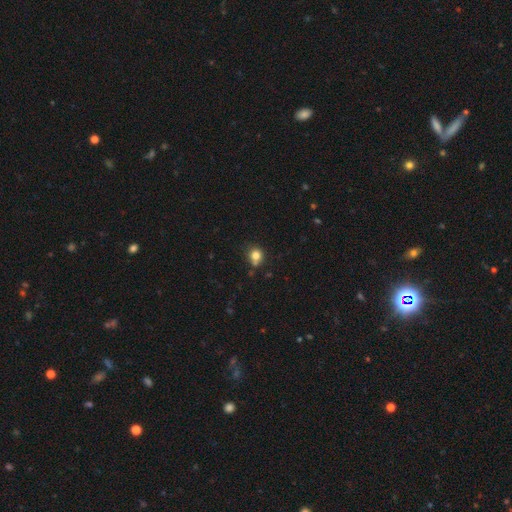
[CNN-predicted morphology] This appears to be a smooth galaxy with no disk features (81%) that is round (82%). Merging: none (65%).